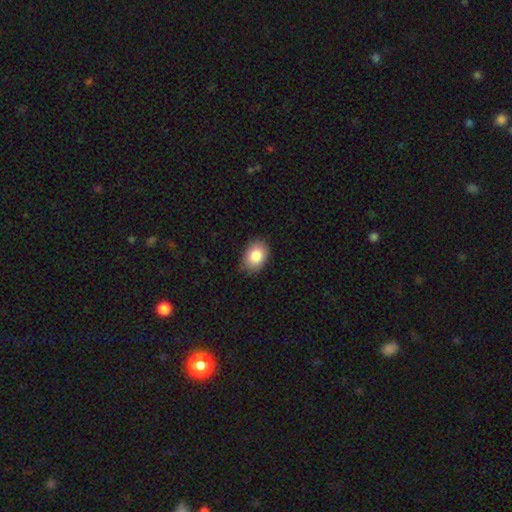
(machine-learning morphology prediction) The model was most divided on "how rounded": in between: 79%, round: 20%, cigar-shaped: 1%. More confident: smooth or featured — smooth (85%); merging — none (83%).